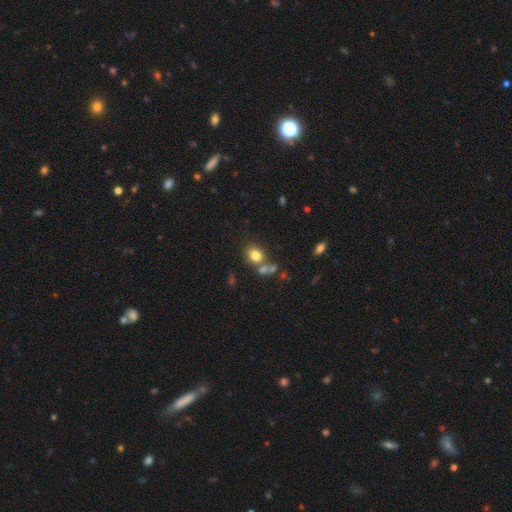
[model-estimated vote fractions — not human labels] smooth-or-featured: smooth: 79% | star or artifact: 12% | featured or disk: 9%
  how-rounded: round: 51% | in between: 48% | cigar-shaped: 1%
  merging: none: 58% | merger: 25% | minor disturbance: 13% | major disturbance: 5%